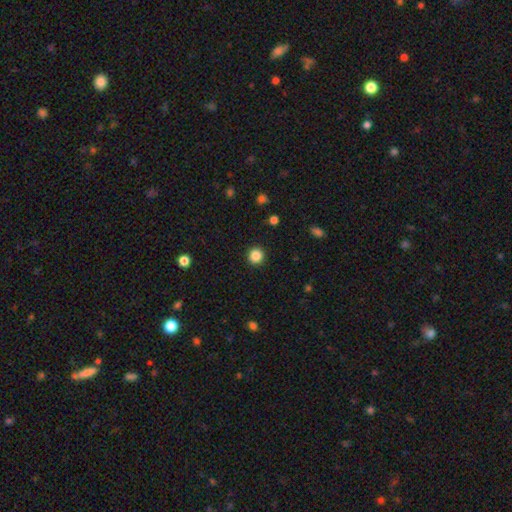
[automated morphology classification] The model was most divided on "smooth or featured": smooth: 85%, star or artifact: 11%, featured or disk: 3%. More confident: how rounded — round (93%); merging — none (93%).